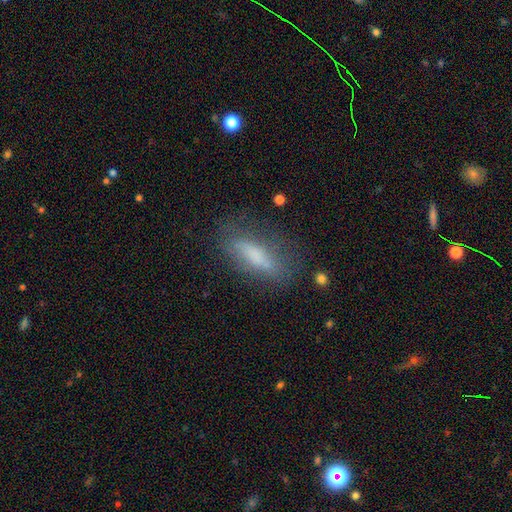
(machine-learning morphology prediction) smooth-or-featured: smooth: 63% | featured or disk: 27% | star or artifact: 10%
  how-rounded: cigar-shaped: 56% | in between: 42% | round: 3%
  merging: none: 67% | minor disturbance: 21% | major disturbance: 10% | merger: 3%